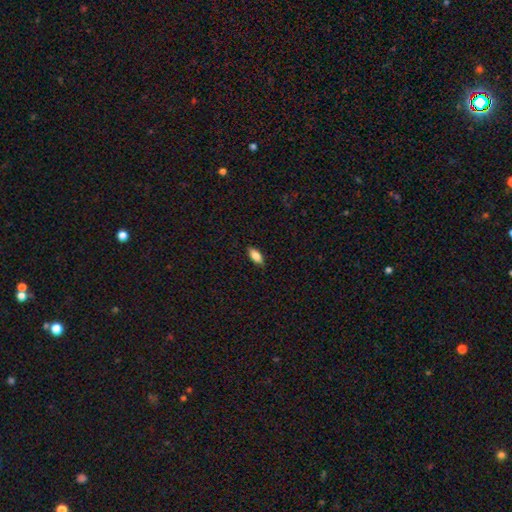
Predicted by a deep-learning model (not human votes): Smooth or featured? Predicted: smooth (p=0.83). How rounded? Predicted: in between (p=0.84). Merging? Predicted: none (p=0.87).